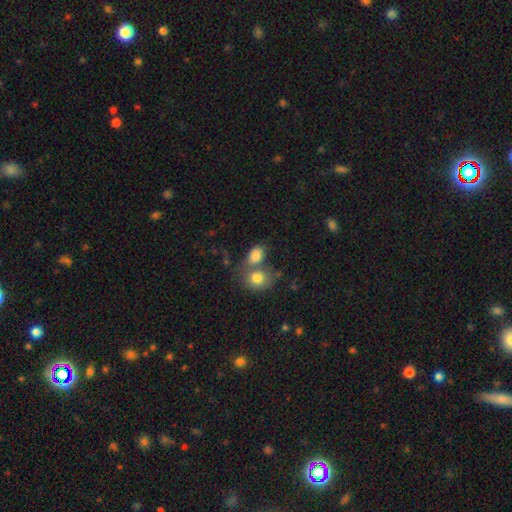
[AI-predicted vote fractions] A smooth galaxy with no disk features (82%) that is in between round and cigar-shaped (69%). Merging: merger (49%).